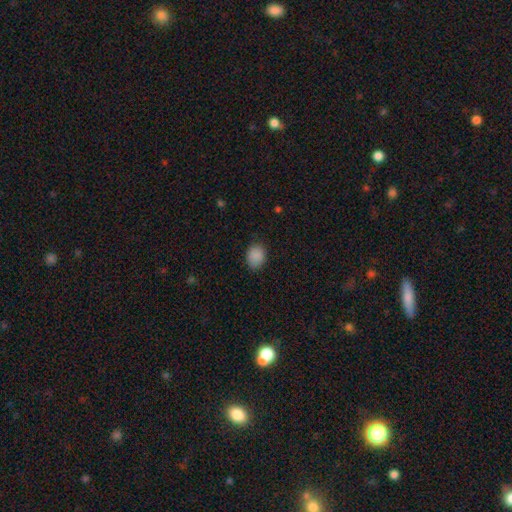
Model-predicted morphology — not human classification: Q: Smooth or featured?
A: smooth (88%); runner-up: star or artifact (9%)
Q: How rounded?
A: in between (55%); runner-up: round (44%)
Q: Merging?
A: none (83%); runner-up: minor disturbance (13%)